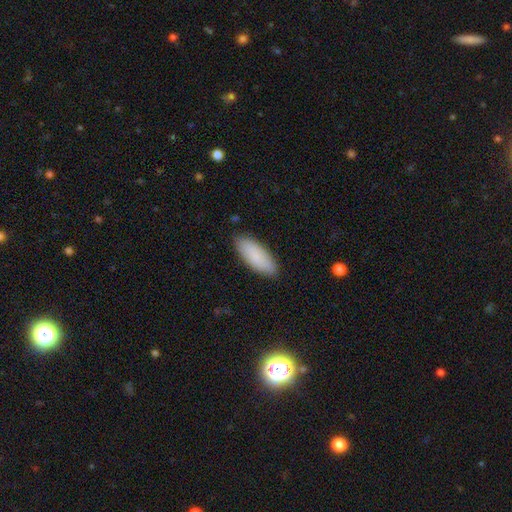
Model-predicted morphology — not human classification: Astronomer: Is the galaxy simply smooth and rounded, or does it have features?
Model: smooth — 86%.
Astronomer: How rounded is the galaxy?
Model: in between — 77%.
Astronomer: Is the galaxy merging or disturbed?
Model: none — 87%.